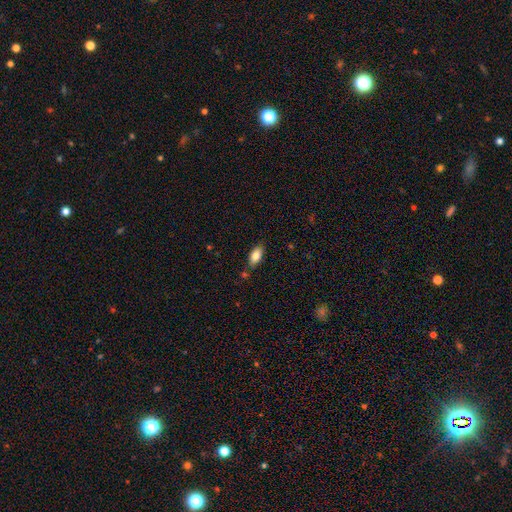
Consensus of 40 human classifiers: Smooth or featured?
  - smooth: 85% *
  - star or artifact: 12%
  - featured or disk: 2%
How rounded?
  - in between: 79% *
  - cigar-shaped: 18%
  - round: 3%
Merging?
  - none: 83% *
  - minor disturbance: 11%
  - major disturbance: 6%
  - merger: 0%